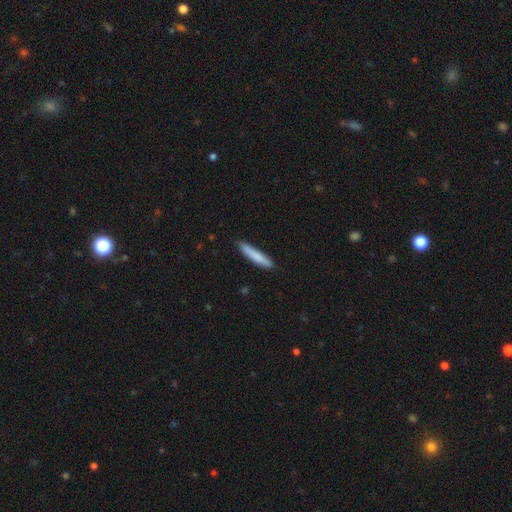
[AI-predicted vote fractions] Smooth or featured: smooth — 82% (featured or disk — 13%)
How rounded: cigar-shaped — 91% (in between — 8%)
Merging: none — 86% (minor disturbance — 11%)